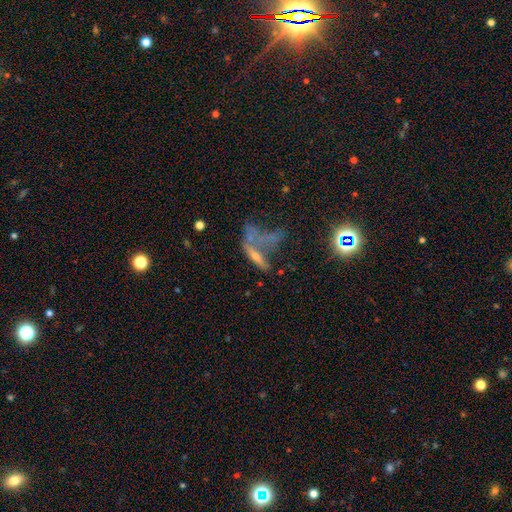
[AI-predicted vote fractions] Smooth or featured: featured or disk — 41% (smooth — 36%)
Merging: merger — 35% (major disturbance — 28%)